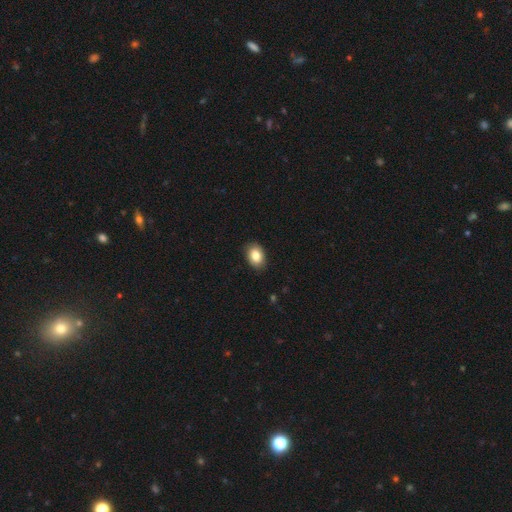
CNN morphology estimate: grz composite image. It shows a smooth galaxy with no disk features (84%) that is in between round and cigar-shaped (81%). Merging: none (88%).